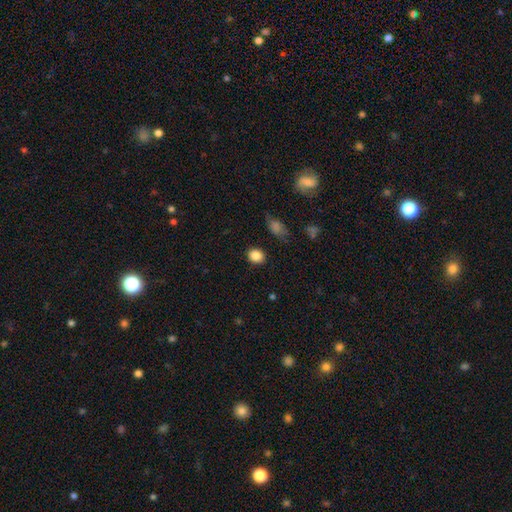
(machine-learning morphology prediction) smooth_or_featured: smooth (p=0.86) [alt: star or artifact p=0.10]
how_rounded: round (p=0.63) [alt: in between p=0.36]
merging: none (p=0.88) [alt: minor disturbance p=0.08]